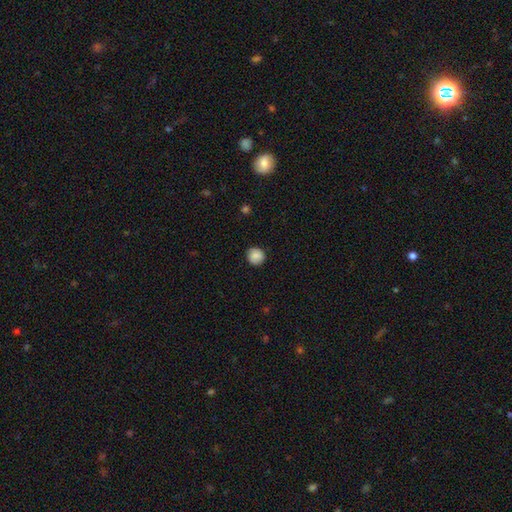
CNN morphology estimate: This is clearly a smooth galaxy (85%). How rounded: clearly round (91%). Merging: clearly none (87%).